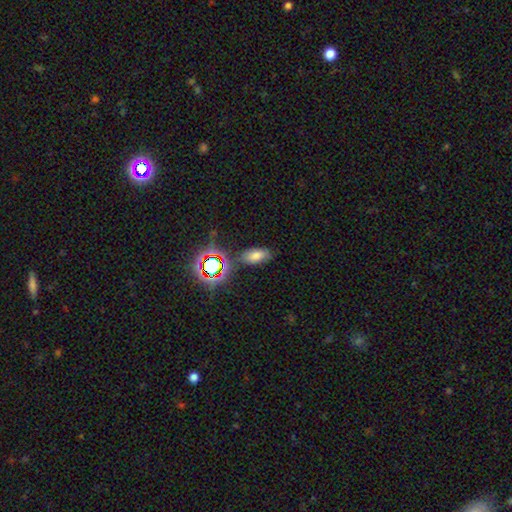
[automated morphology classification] This is likely a smooth galaxy (68%). How rounded: clearly in between (89%). Merging: likely none (78%).